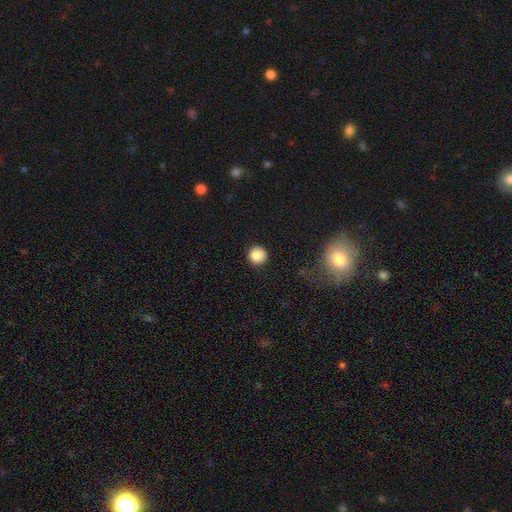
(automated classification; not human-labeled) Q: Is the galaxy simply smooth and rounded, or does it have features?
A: smooth — 86%.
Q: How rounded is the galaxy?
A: round — 95%.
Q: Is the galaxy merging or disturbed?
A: none — 90%.